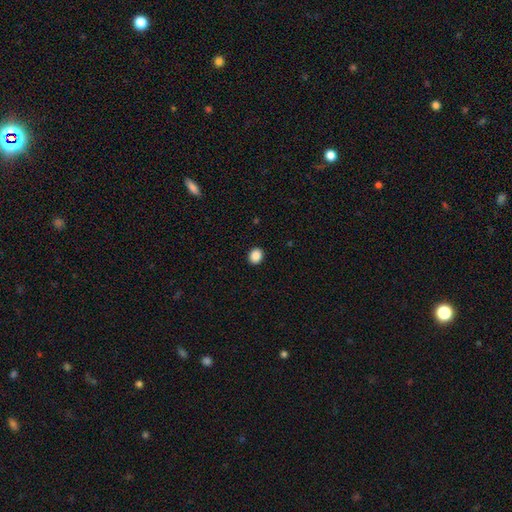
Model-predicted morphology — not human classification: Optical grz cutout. It shows a smooth galaxy with no disk features (88%) that is round (62%). Merging: none (92%).